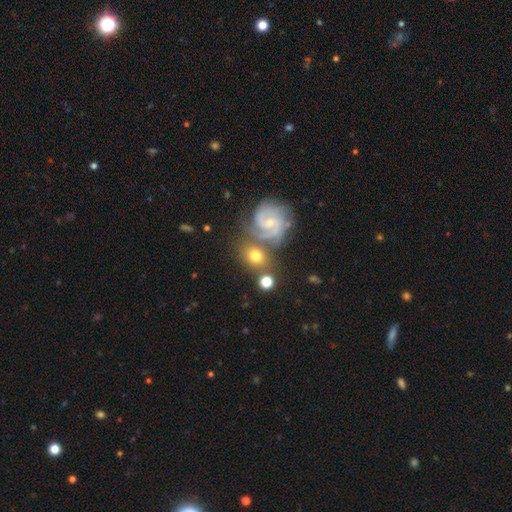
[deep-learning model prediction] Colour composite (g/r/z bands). It shows a featured or disk galaxy (47%). Merging: none (62%).